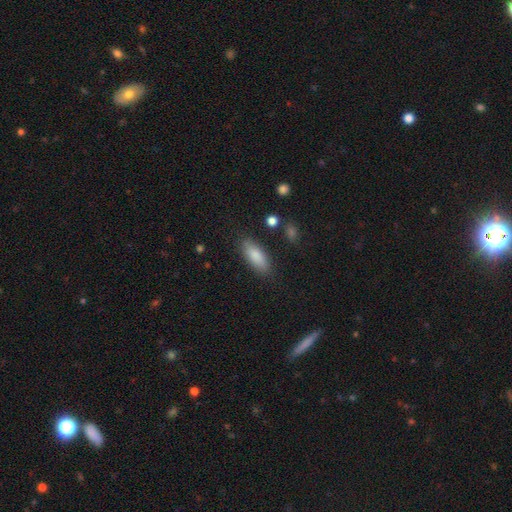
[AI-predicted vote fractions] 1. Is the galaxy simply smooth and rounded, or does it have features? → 85% smooth, 8% featured or disk, 6% star or artifact.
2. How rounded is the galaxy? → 72% in between, 25% cigar-shaped, 2% round.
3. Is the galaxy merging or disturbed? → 83% none, 12% minor disturbance, 3% major disturbance, 2% merger.